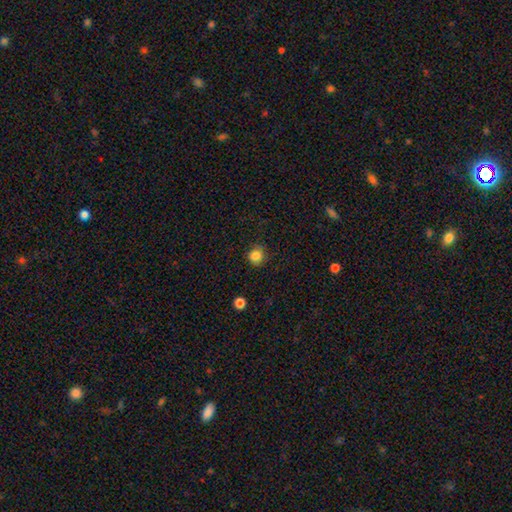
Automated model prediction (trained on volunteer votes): Morphology: type=smooth (84%); roundness=round (87%); merging=none (83%).